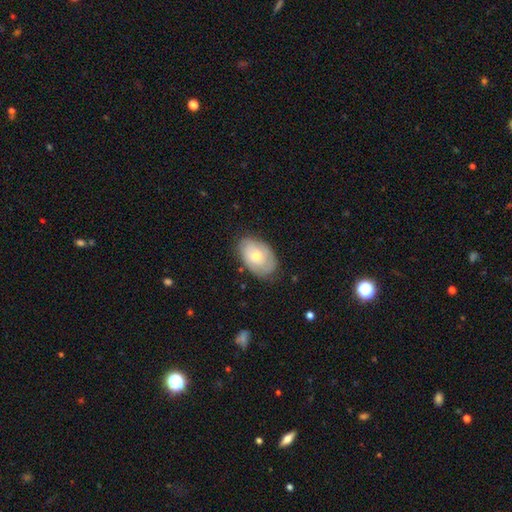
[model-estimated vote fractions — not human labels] Smooth or featured: featured or disk — 48% (smooth — 46%)
Merging: none — 74% (minor disturbance — 20%)